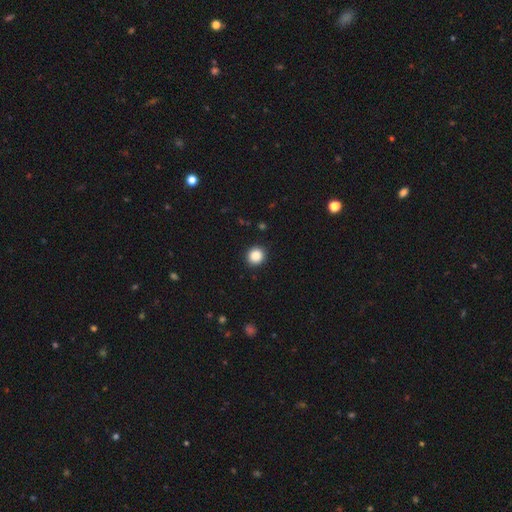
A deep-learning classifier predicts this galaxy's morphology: This is clearly a smooth galaxy (88%). How rounded: clearly round (89%). Merging: clearly none (92%).